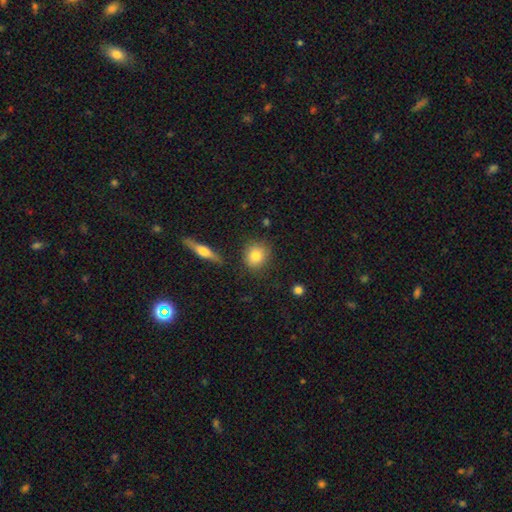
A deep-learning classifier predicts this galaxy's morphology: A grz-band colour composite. It shows a smooth galaxy with no disk features (81%) that is round (81%). Merging: none (83%).